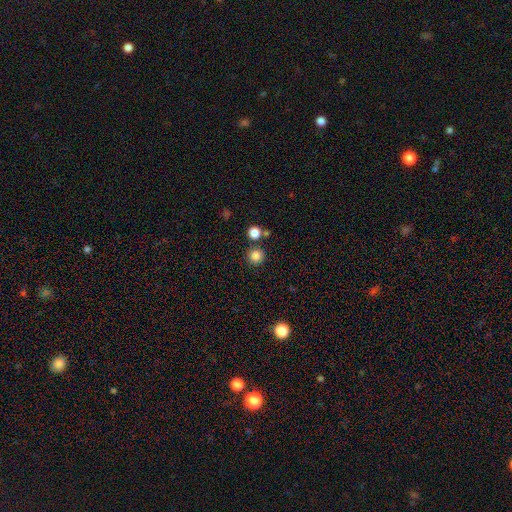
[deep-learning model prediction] This is clearly a smooth galaxy (84%). How rounded: clearly round (95%). Merging: clearly none (82%).